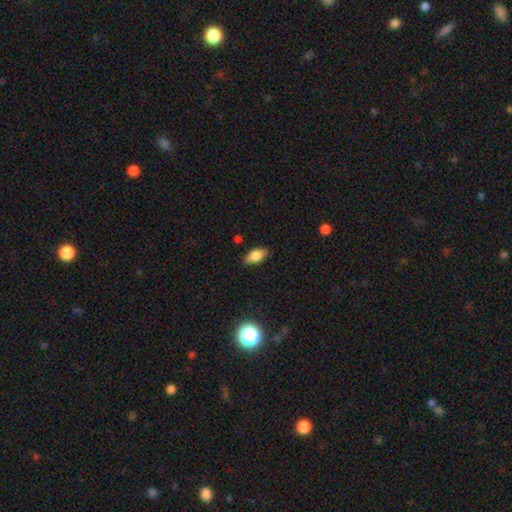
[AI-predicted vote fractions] A smooth galaxy with no disk features (81%) that is in between round and cigar-shaped (89%). Merging: none (82%).